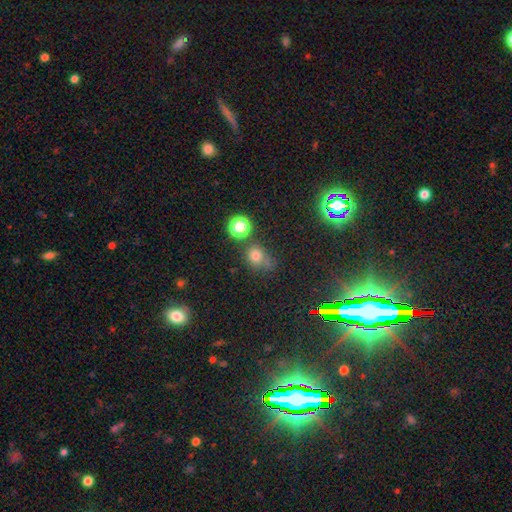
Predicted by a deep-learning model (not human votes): This appears to be a smooth galaxy with no disk features (71%) that is round (74%). Merging: none (55%).